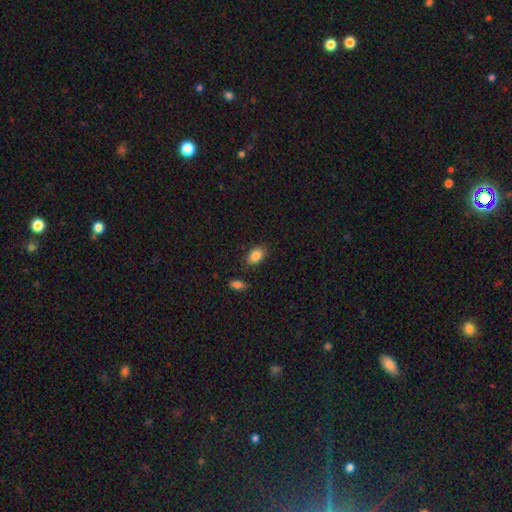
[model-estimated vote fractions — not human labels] Overall: smooth (86%). How rounded: in between (87%). Merging: none (85%).